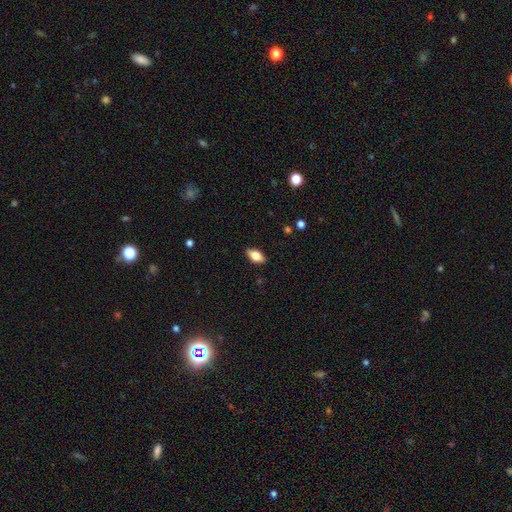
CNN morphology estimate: This is likely a smooth galaxy (71%). How rounded: clearly in between (88%). Merging: clearly none (87%).